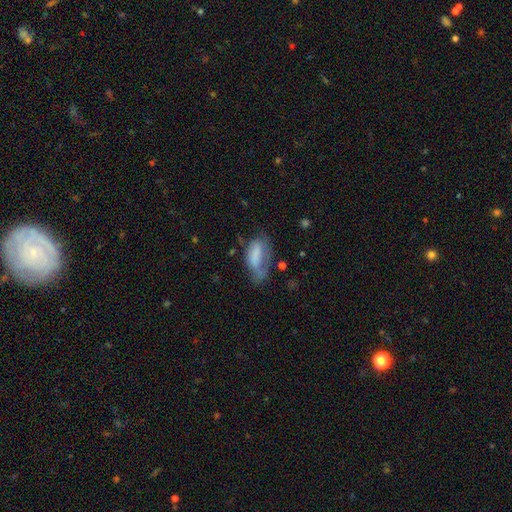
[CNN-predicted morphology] Smooth or featured? smooth (61%)
How rounded? in between (88%)
Merging? major disturbance (33%)